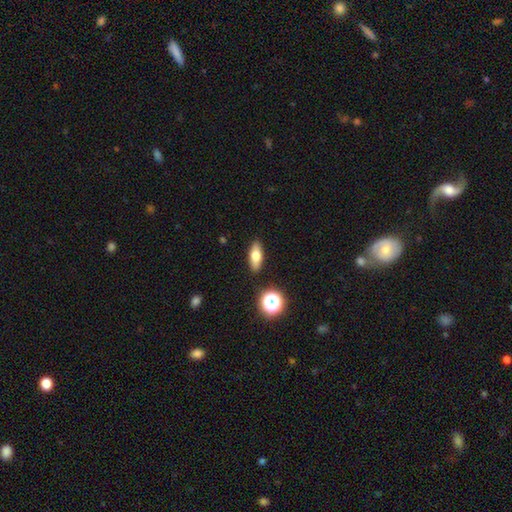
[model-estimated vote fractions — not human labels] Smooth or featured? Predicted: smooth (p=0.69). How rounded? Predicted: in between (p=0.70). Merging? Predicted: none (p=0.88).